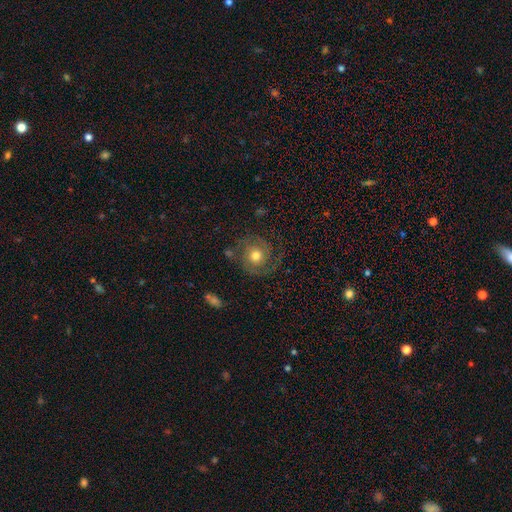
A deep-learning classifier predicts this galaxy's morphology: Smooth or featured? Predicted: featured or disk (p=0.71). Edge-on disk? Predicted: no (p=0.98). Bar? Predicted: no (p=0.81). Spiral arms? Predicted: yes (p=0.91). Spiral winding? Predicted: tight (p=0.47). Spiral arm count? Predicted: 2 (p=0.75). Bulge size? Predicted: moderate (p=0.75). Merging? Predicted: none (p=0.75).